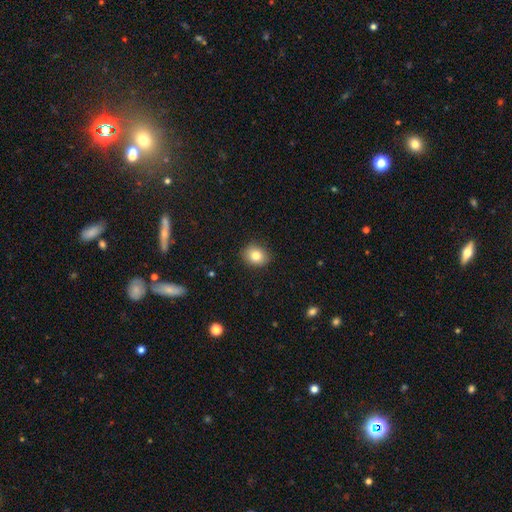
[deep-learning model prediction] smooth-or-featured: smooth: 82% | star or artifact: 10% | featured or disk: 8%
  how-rounded: round: 61% | in between: 38% | cigar-shaped: 1%
  merging: none: 88% | minor disturbance: 9% | major disturbance: 2% | merger: 1%